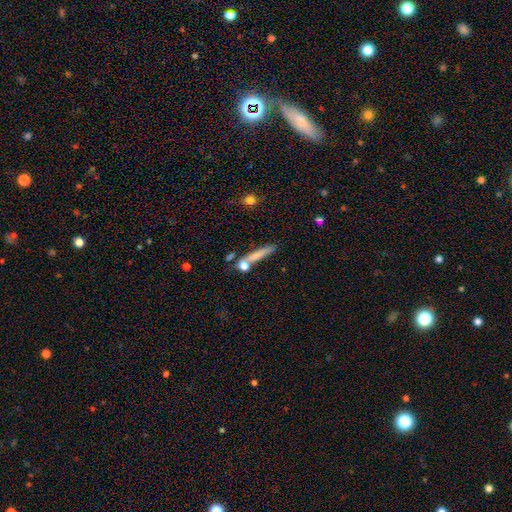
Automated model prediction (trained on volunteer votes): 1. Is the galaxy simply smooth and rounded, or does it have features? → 65% smooth, 25% featured or disk, 10% star or artifact.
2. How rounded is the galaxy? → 86% cigar-shaped, 8% in between, 6% round.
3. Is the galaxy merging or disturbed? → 67% none, 14% minor disturbance, 13% merger, 6% major disturbance.